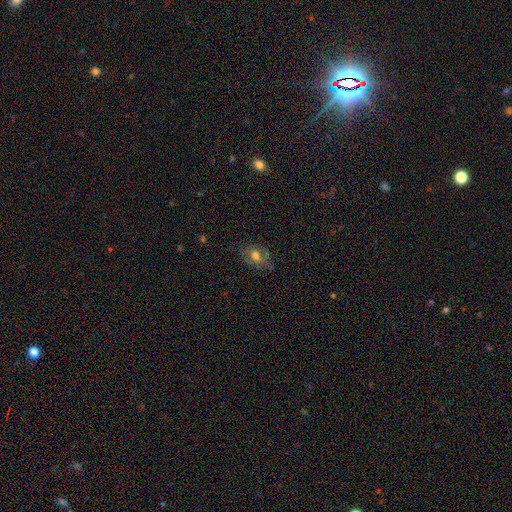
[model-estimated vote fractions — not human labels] A smooth galaxy with no disk features (52%) that is in between round and cigar-shaped (81%).

Vote fractions:
- Smooth or featured? smooth: 52% / featured or disk: 35% / star or artifact: 12%
- How rounded? in between: 81% / round: 16% / cigar-shaped: 3%
- Merging? none: 66% / minor disturbance: 22% / major disturbance: 10% / merger: 2%